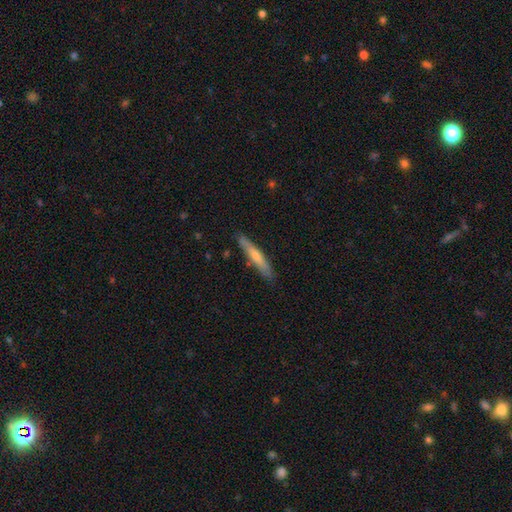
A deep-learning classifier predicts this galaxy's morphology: smooth 54%, featured or disk 40%, star or artifact 6%. Down the decision tree: how rounded — cigar-shaped (93%); merging — none (86%).